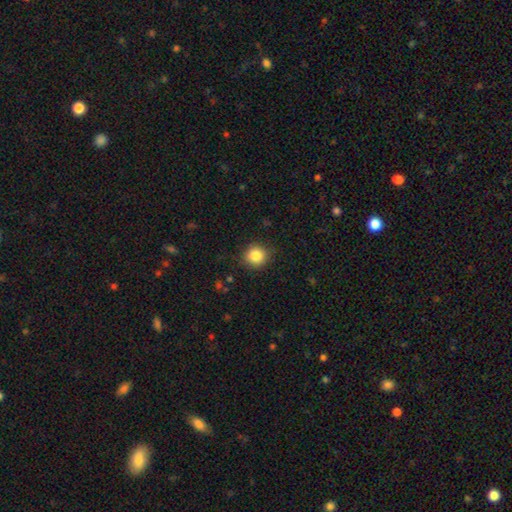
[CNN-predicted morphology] smooth 85%, star or artifact 10%, featured or disk 5%. Down the decision tree: how rounded — round (90%); merging — none (88%).